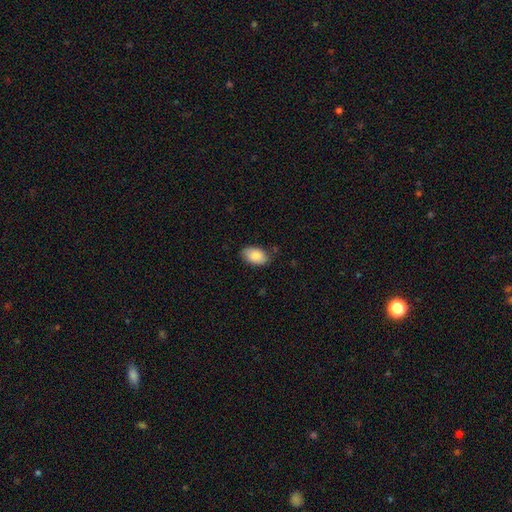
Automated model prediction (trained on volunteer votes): Overall: smooth (87%). How rounded: in between (93%). Merging: none (82%).